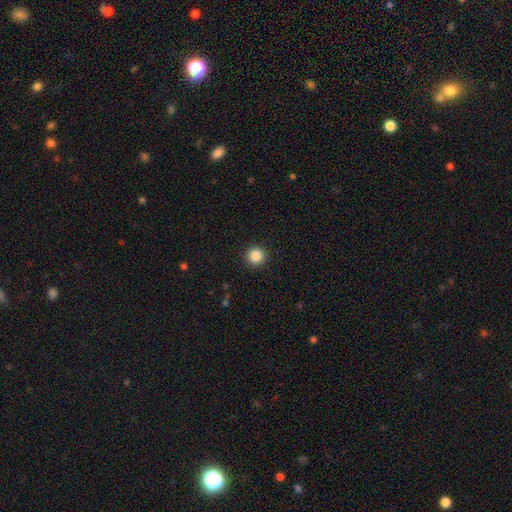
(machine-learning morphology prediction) Smooth or featured: smooth — 86% (star or artifact — 10%)
How rounded: round — 95% (in between — 4%)
Merging: none — 93% (minor disturbance — 5%)